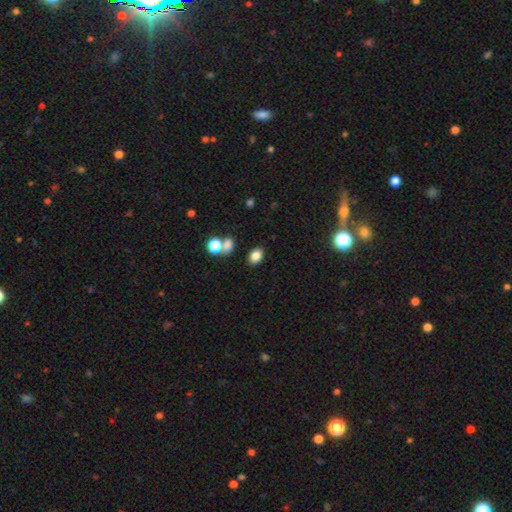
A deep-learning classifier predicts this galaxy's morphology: A smooth galaxy with no disk features (82%) that is in between round and cigar-shaped (75%). Merging: none (78%).